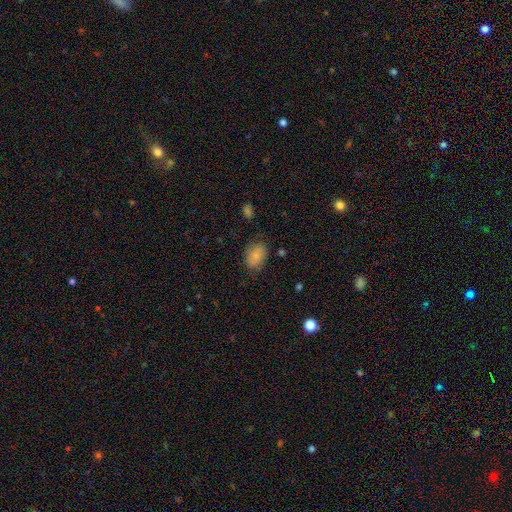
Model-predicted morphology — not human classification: A smooth galaxy with no disk features (82%) that is in between round and cigar-shaped (80%). Merging: none (75%).